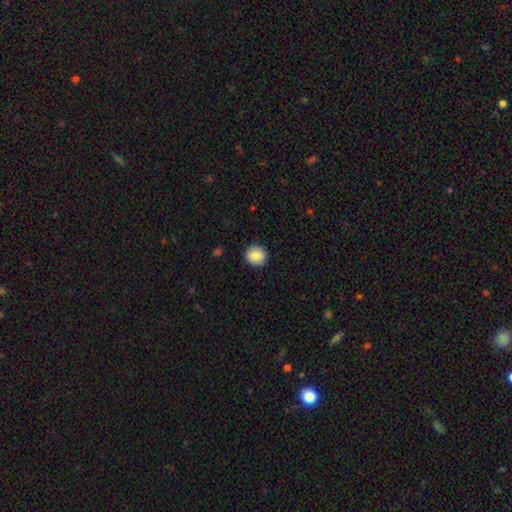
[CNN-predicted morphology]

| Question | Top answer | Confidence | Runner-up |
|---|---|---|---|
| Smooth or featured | smooth | 86% | star or artifact (8%) |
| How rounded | round | 95% | in between (4%) |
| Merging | none | 92% | minor disturbance (5%) |